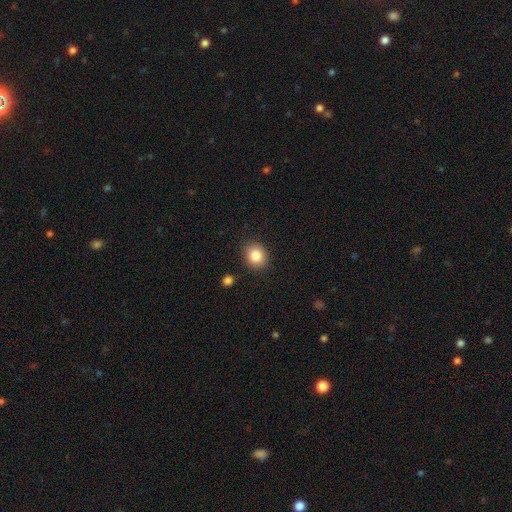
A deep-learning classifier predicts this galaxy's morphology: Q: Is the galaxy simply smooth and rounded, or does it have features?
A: smooth — 85%.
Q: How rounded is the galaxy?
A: round — 67%.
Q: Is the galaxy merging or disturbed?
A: none — 86%.